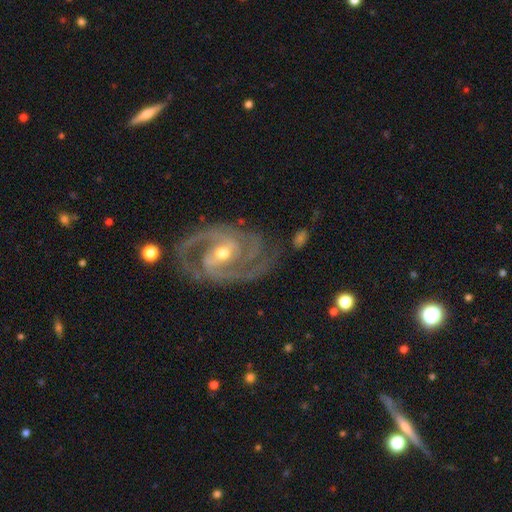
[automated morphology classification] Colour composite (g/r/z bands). It shows a featured or disk galaxy (92%) with a weak bar (42%), 2 (75%) medium (47%, tied with tight) spiral arms (98%) and a moderate central bulge (55%). Merging: none (75%).